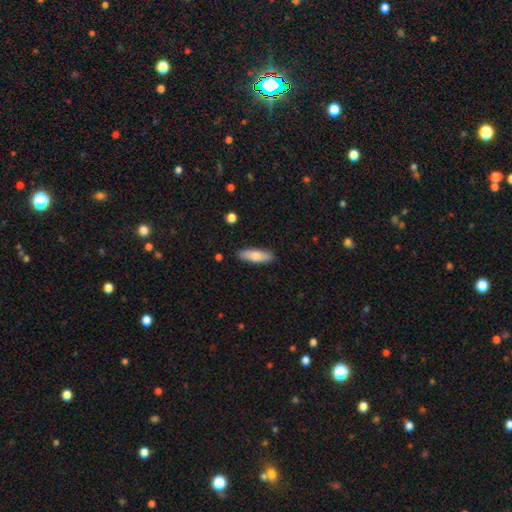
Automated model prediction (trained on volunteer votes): smooth 77%, featured or disk 17%, star or artifact 6%. Down the decision tree: how rounded — in between (52%); merging — none (87%).